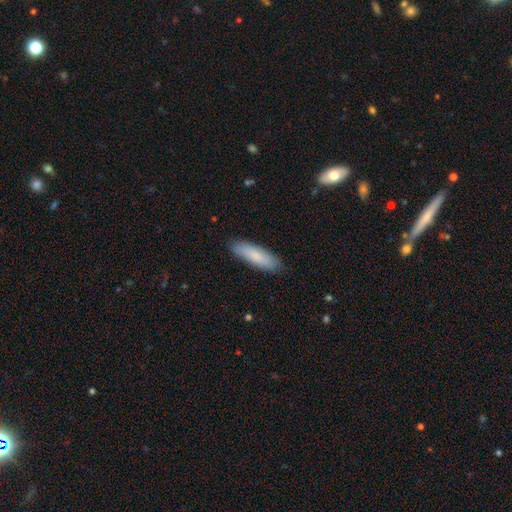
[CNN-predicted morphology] Smooth or featured? Predicted: smooth (p=0.83). How rounded? Predicted: cigar-shaped (p=0.61). Merging? Predicted: none (p=0.87).